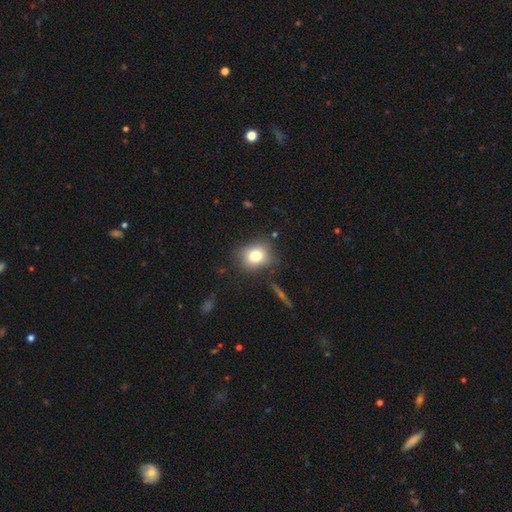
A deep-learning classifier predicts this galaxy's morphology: A smooth galaxy with no disk features (76%) that is round (68%).

Vote fractions:
- Smooth or featured? smooth: 76% / featured or disk: 12% / star or artifact: 12%
- How rounded? round: 68% / in between: 30% / cigar-shaped: 1%
- Merging? none: 79% / minor disturbance: 13% / major disturbance: 5% / merger: 3%